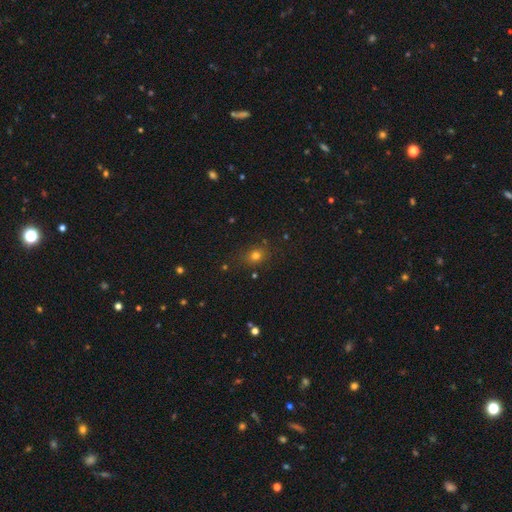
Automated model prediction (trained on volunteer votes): Overall: smooth (74%). How rounded: round (70%). Merging: none (80%).